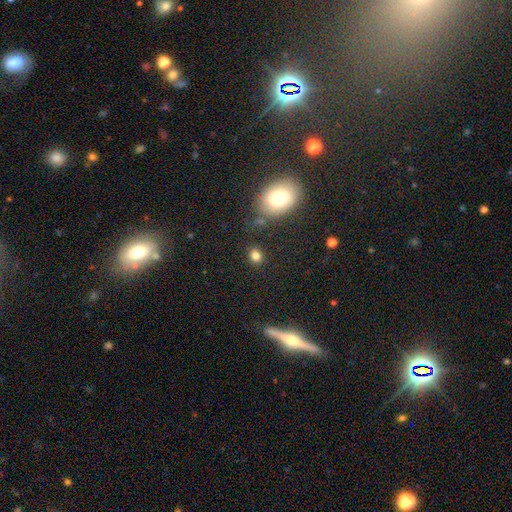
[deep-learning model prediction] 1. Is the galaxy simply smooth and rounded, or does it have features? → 82% smooth, 12% star or artifact, 6% featured or disk.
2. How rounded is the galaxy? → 62% round, 37% in between, 1% cigar-shaped.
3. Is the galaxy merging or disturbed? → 84% none, 9% minor disturbance, 4% merger, 3% major disturbance.